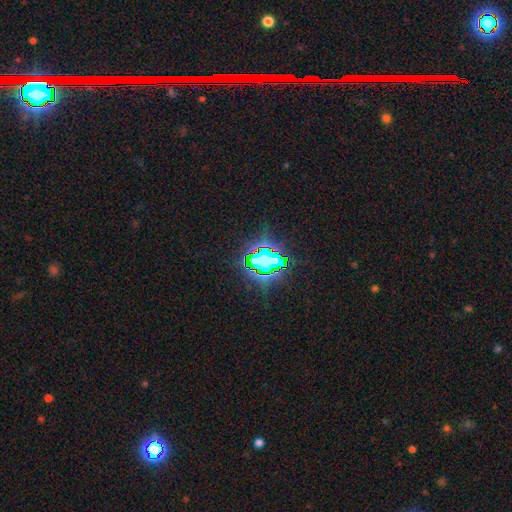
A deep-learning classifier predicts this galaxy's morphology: Smooth or featured?
  - star or artifact: 67% *
  - smooth: 21%
  - featured or disk: 12%